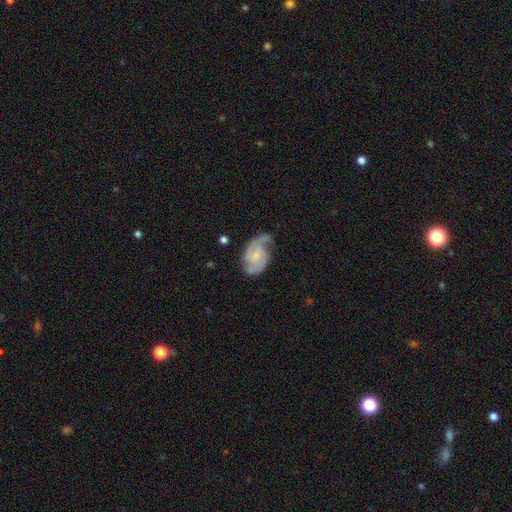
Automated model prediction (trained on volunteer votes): Q: Smooth or featured?
A: featured or disk (81%); runner-up: smooth (13%)
Q: Edge-on disk?
A: no (97%); runner-up: yes (3%)
Q: Bar?
A: no (54%); runner-up: weak (40%)
Q: Spiral arms?
A: yes (96%); runner-up: no (4%)
Q: Spiral winding?
A: medium (48%); runner-up: tight (32%)
Q: Spiral arm count?
A: 2 (82%); runner-up: can't tell (7%)
Q: Bulge size?
A: small (55%); runner-up: moderate (24%)
Q: Merging?
A: none (60%); runner-up: minor disturbance (25%)